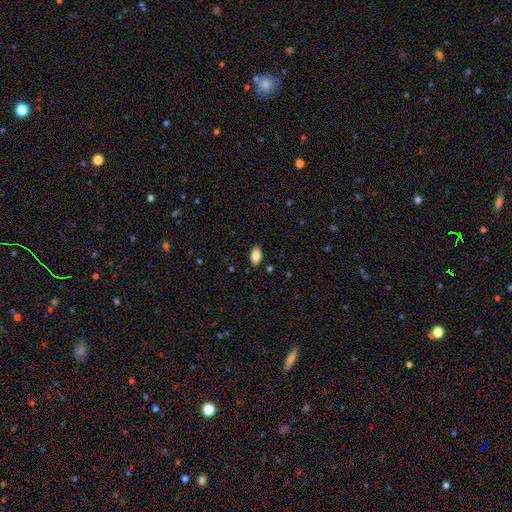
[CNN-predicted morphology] Overall: smooth (80%). How rounded: in between (92%). Merging: none (87%).